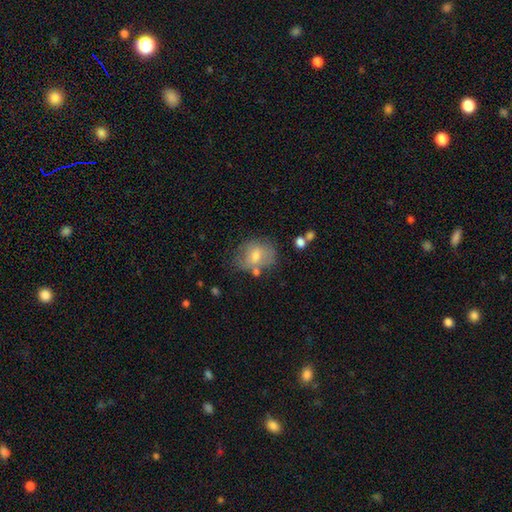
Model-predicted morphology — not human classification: Smooth or featured?
  - smooth: 61% *
  - featured or disk: 28%
  - star or artifact: 10%
How rounded?
  - in between: 55% *
  - round: 44%
  - cigar-shaped: 1%
Merging?
  - none: 58% *
  - minor disturbance: 25%
  - major disturbance: 10%
  - merger: 8%